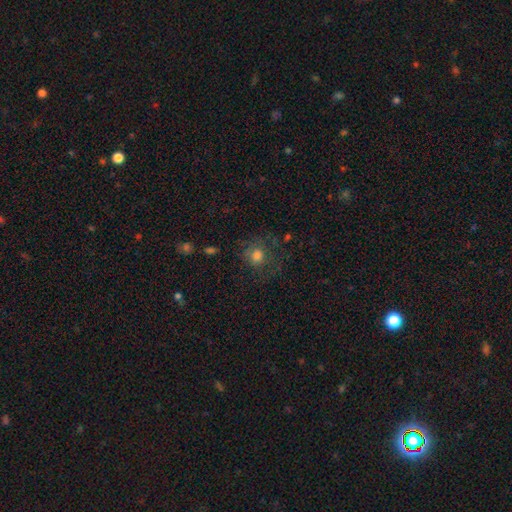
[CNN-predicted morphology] This is possibly a smooth galaxy (53%). How rounded: clearly round (85%). Merging: likely none (72%).